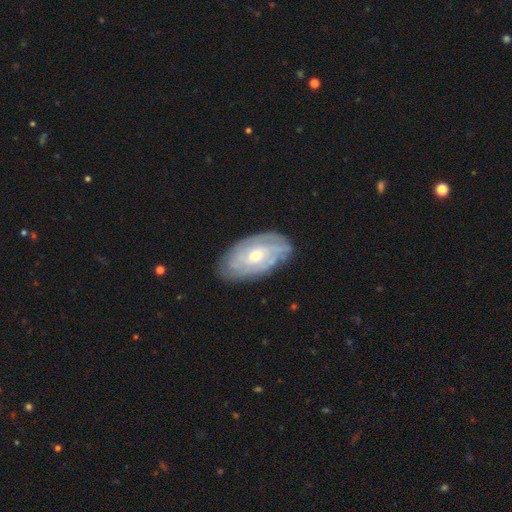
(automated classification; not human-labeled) Smooth or featured?
  - featured or disk: 76% *
  - smooth: 18%
  - star or artifact: 5%
Edge-on disk?
  - no: 94% *
  - yes: 6%
Bar?
  - no: 64% *
  - weak: 30%
  - strong: 6%
Spiral arms?
  - yes: 87% *
  - no: 13%
Spiral winding?
  - tight: 69% *
  - medium: 24%
  - loose: 7%
Spiral arm count?
  - can't tell: 50% *
  - 2: 18%
  - 3: 13%
  - 4: 9%
  - more than 4: 4%
  - 1: 4%
Bulge size?
  - moderate: 49% *
  - small: 47%
  - large: 2%
  - none: 1%
  - dominant: 1%
Merging?
  - none: 77% *
  - minor disturbance: 17%
  - major disturbance: 4%
  - merger: 1%